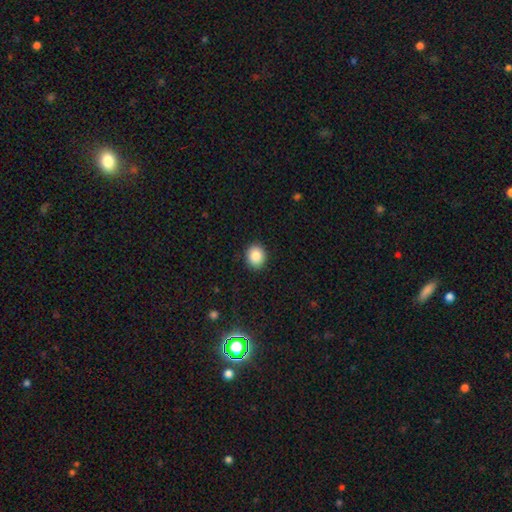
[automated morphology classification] Smooth or featured: smooth — 86% (star or artifact — 9%)
How rounded: round — 68% (in between — 31%)
Merging: none — 91% (minor disturbance — 6%)